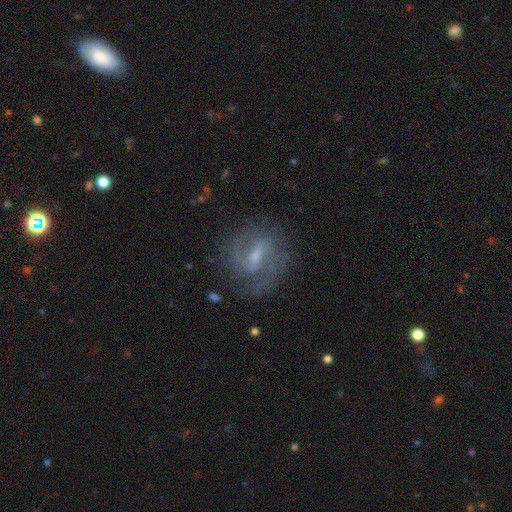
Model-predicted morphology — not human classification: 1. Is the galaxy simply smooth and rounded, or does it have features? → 77% featured or disk, 13% smooth, 10% star or artifact.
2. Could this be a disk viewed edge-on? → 94% no, 6% yes.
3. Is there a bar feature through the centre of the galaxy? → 50% weak, 37% strong, 14% no.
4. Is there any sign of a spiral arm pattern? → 88% yes, 12% no.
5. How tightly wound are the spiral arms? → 46% medium, 34% tight, 20% loose.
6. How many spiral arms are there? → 68% 2, 18% can't tell, 6% 1, 5% 3, 2% 4, 2% more than 4.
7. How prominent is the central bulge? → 51% small, 34% moderate, 11% none, 3% large, 1% dominant.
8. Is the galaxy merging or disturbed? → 74% none, 16% minor disturbance, 8% major disturbance, 2% merger.